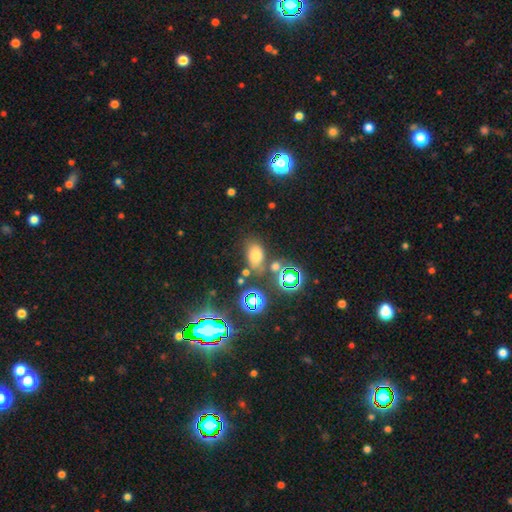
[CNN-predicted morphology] Smooth or featured?
  - smooth: 63% *
  - star or artifact: 26%
  - featured or disk: 11%
How rounded?
  - in between: 79% *
  - round: 19%
  - cigar-shaped: 2%
Merging?
  - none: 67% *
  - minor disturbance: 14%
  - merger: 13%
  - major disturbance: 6%